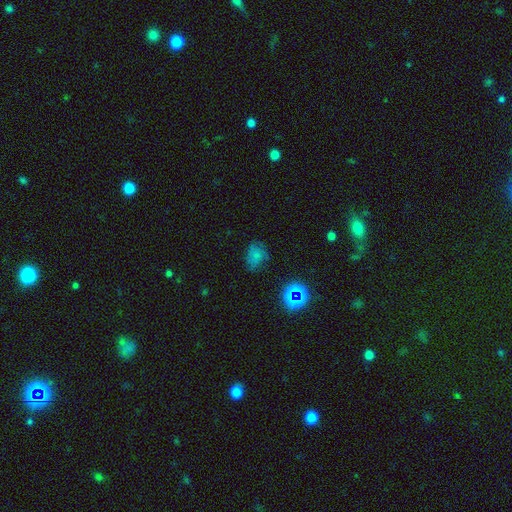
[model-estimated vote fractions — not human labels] Overall: smooth (61%; star or artifact 24%). How rounded: in between (66%; round 32%). Merging: none (55%; minor disturbance 28%).